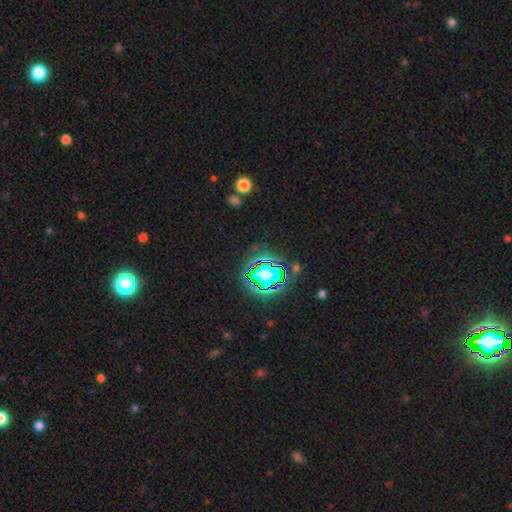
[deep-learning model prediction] Smooth or featured? star or artifact (82%)